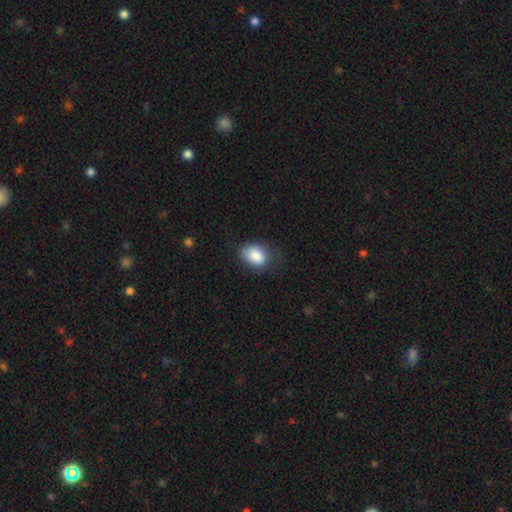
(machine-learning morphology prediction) A smooth galaxy with no disk features (84%) that is in between round and cigar-shaped (74%).

Vote fractions:
- Smooth or featured? smooth: 84% / featured or disk: 8% / star or artifact: 7%
- How rounded? in between: 74% / round: 25% / cigar-shaped: 1%
- Merging? none: 55% / minor disturbance: 31% / major disturbance: 13% / merger: 2%